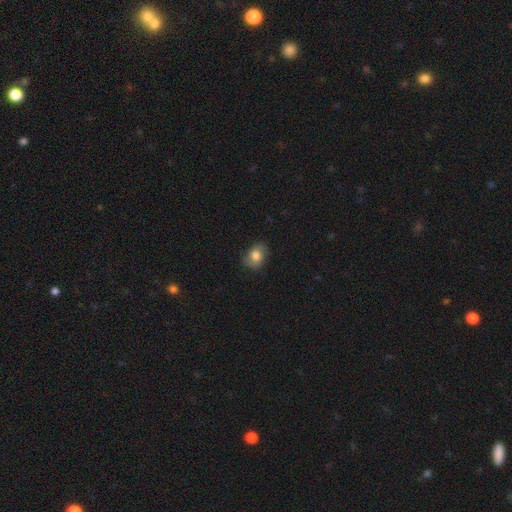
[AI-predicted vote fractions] smooth-or-featured: smooth: 71% | featured or disk: 21% | star or artifact: 8%
  how-rounded: in between: 60% | round: 39% | cigar-shaped: 1%
  merging: none: 73% | minor disturbance: 20% | major disturbance: 6% | merger: 1%